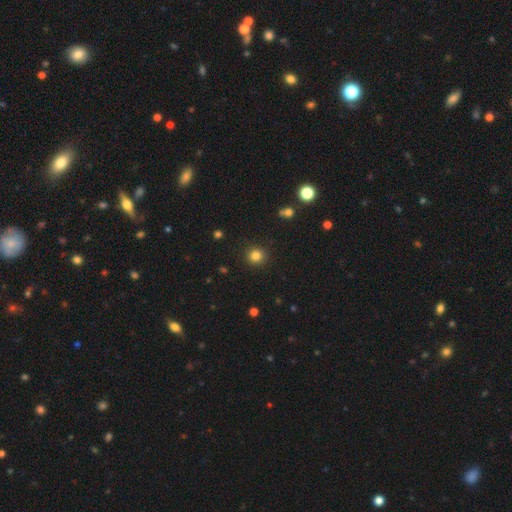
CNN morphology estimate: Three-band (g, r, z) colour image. It shows a smooth galaxy with no disk features (82%) that is round (92%). Merging: none (91%).